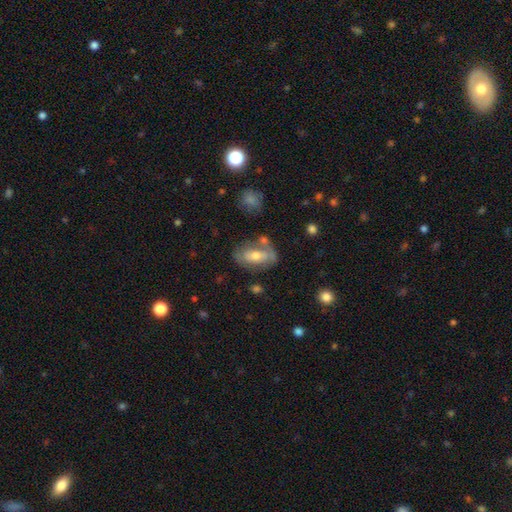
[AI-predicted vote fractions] Smooth or featured: smooth — 47% (featured or disk — 45%)
Merging: none — 61% (minor disturbance — 20%)